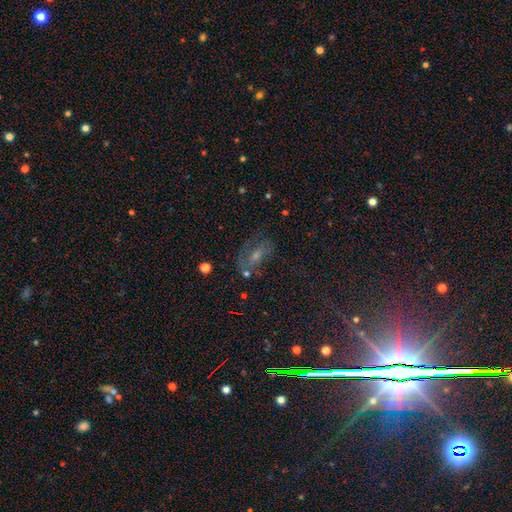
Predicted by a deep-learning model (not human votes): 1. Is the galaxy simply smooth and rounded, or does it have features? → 44% featured or disk, 30% smooth, 26% star or artifact.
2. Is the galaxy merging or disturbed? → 50% none, 22% minor disturbance, 22% major disturbance, 6% merger.